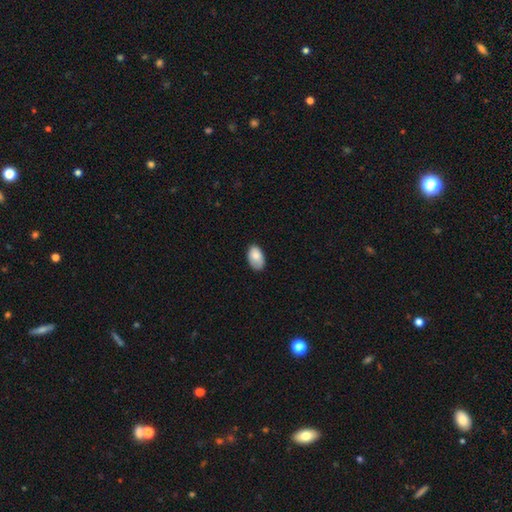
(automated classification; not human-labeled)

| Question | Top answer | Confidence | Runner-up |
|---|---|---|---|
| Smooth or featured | smooth | 84% | featured or disk (10%) |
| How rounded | in between | 93% | round (5%) |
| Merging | none | 71% | minor disturbance (23%) |